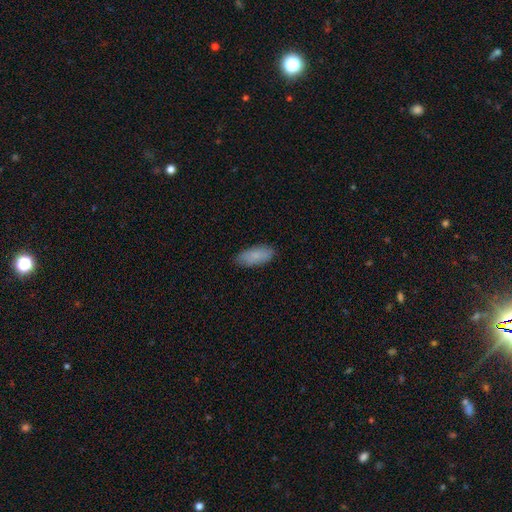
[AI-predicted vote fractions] Overall: smooth (85%). How rounded: in between (88%). Merging: none (85%).